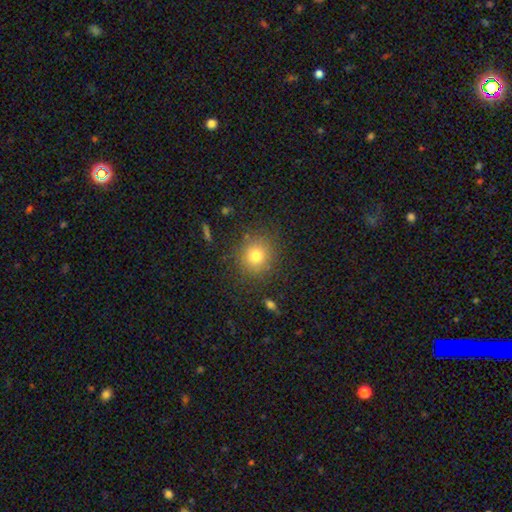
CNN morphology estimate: smooth-or-featured: smooth: 77% | star or artifact: 14% | featured or disk: 9%
  how-rounded: round: 88% | in between: 11% | cigar-shaped: 1%
  merging: none: 86% | minor disturbance: 9% | major disturbance: 4% | merger: 2%